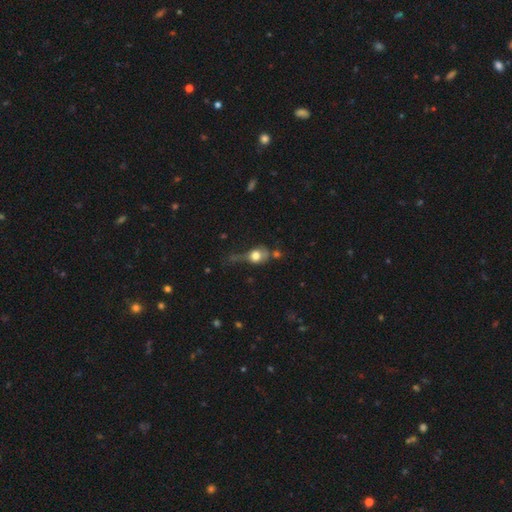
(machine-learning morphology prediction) A smooth galaxy with no disk features (67%) that is round (56%).

Vote fractions:
- Smooth or featured? smooth: 67% / featured or disk: 21% / star or artifact: 12%
- How rounded? round: 56% / in between: 40% / cigar-shaped: 4%
- Merging? major disturbance: 30% (tied) / none: 30% (tied) / minor disturbance: 23% / merger: 17%